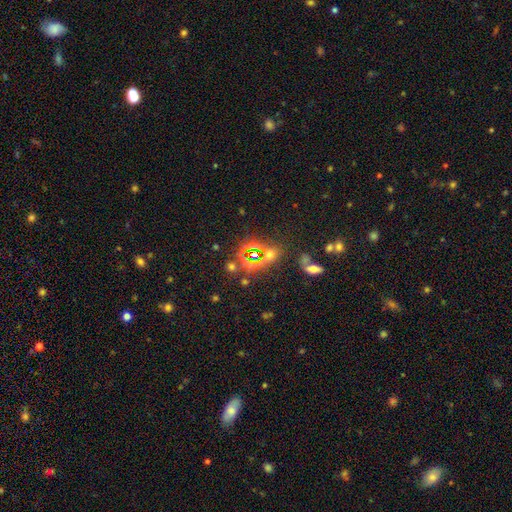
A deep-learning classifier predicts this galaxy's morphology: Smooth or featured?
  - star or artifact: 64% *
  - smooth: 25%
  - featured or disk: 10%